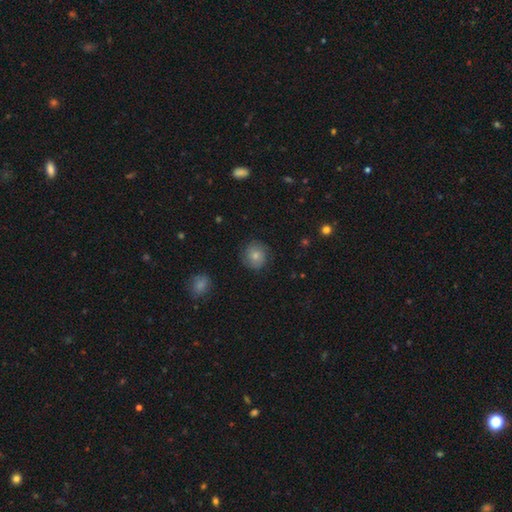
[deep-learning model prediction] smooth 73%, featured or disk 17%, star or artifact 9%. Down the decision tree: how rounded — round (90%); merging — none (83%).